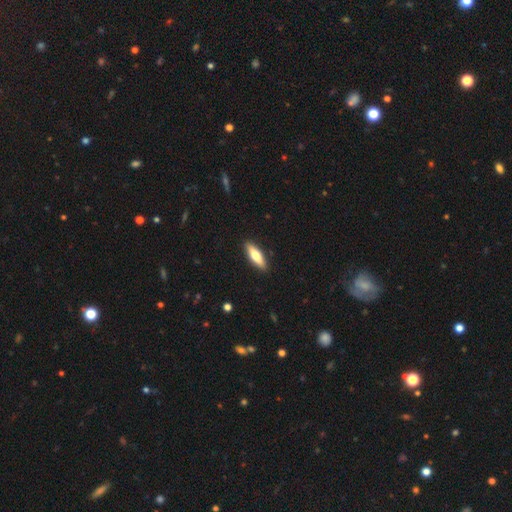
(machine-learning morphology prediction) type=smooth (65%); roundness=cigar-shaped (56%); merging=none (90%).